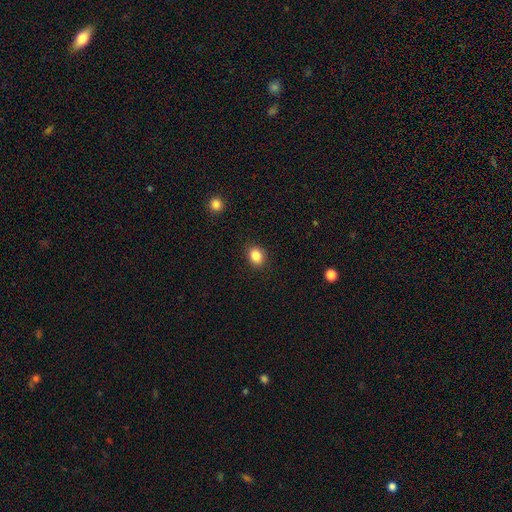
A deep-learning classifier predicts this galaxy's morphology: A smooth galaxy with no disk features (86%) that is round (57%). Merging: none (90%).